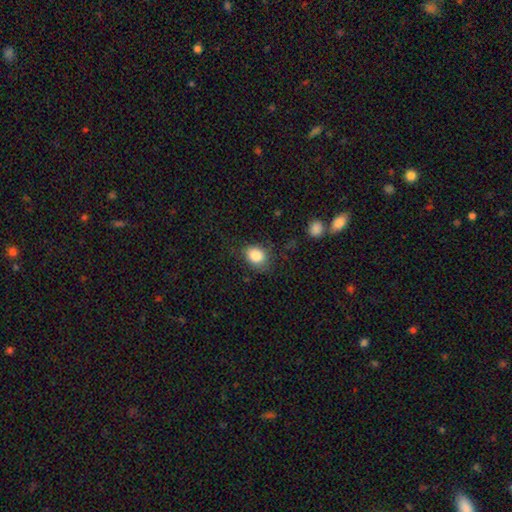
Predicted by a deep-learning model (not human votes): The model was most divided on "how rounded": in between: 53%, round: 46%, cigar-shaped: 1%. More confident: smooth or featured — smooth (84%); merging — none (72%).